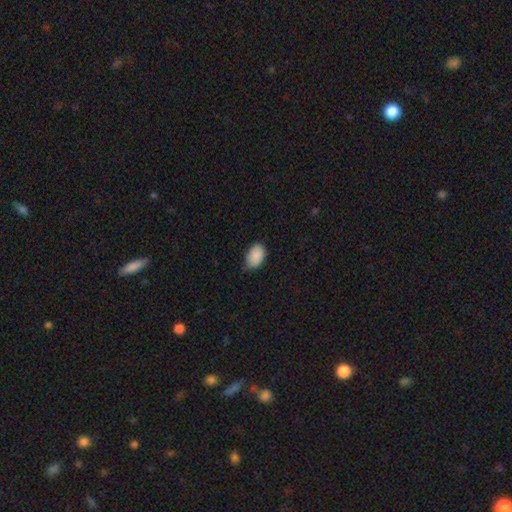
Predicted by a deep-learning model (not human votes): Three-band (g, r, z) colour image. It shows a smooth galaxy with no disk features (90%) that is in between round and cigar-shaped (90%). Merging: none (65%).